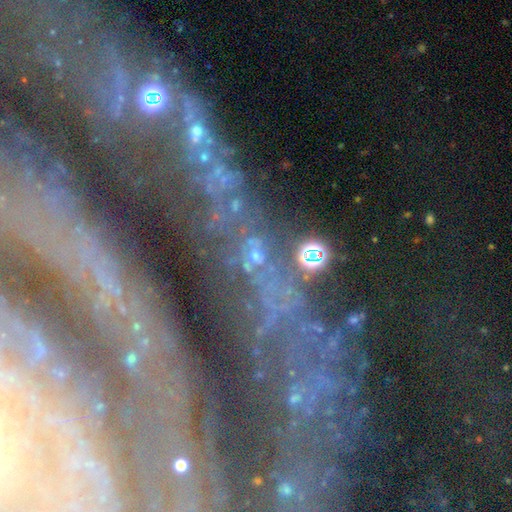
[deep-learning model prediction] Smooth or featured? Predicted: star or artifact (p=0.40).